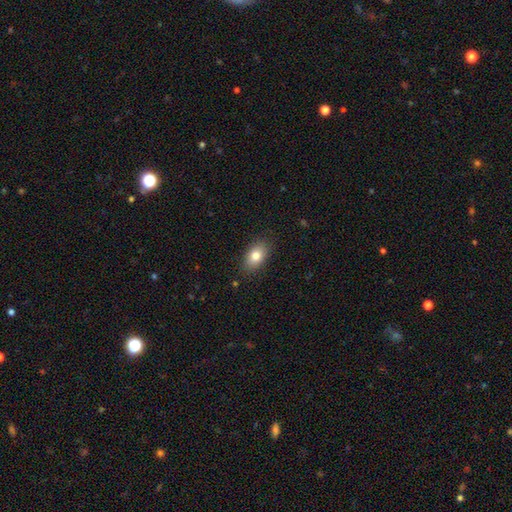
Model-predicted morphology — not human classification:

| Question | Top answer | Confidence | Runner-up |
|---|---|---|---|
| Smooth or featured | smooth | 80% | featured or disk (11%) |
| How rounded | in between | 87% | round (10%) |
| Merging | none | 86% | minor disturbance (11%) |